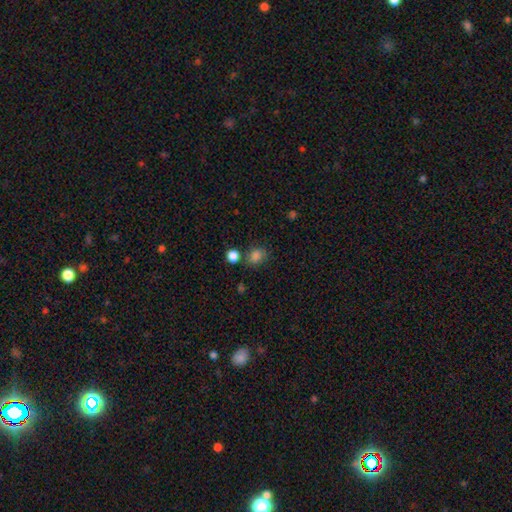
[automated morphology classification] This appears to be a smooth galaxy with no disk features (82%) that is round (60%). Merging: none (69%).